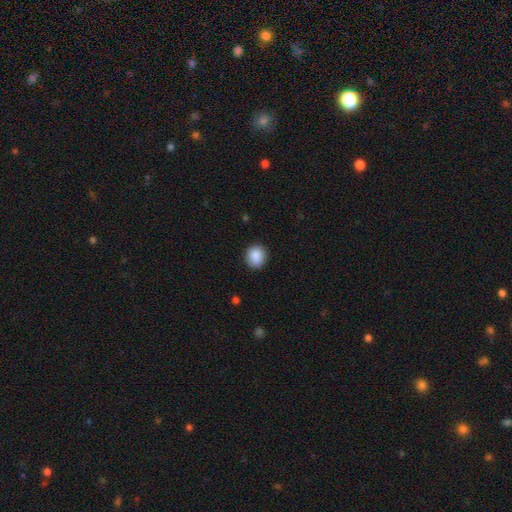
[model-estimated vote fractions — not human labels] This is clearly a smooth galaxy (89%). How rounded: likely round (74%). Merging: clearly none (87%).